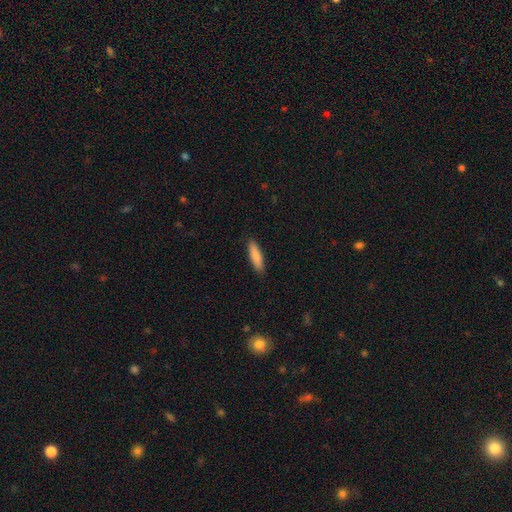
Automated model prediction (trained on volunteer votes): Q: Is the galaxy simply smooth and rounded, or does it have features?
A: smooth — 87%.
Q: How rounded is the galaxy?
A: cigar-shaped — 69%.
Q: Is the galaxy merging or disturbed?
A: none — 89%.